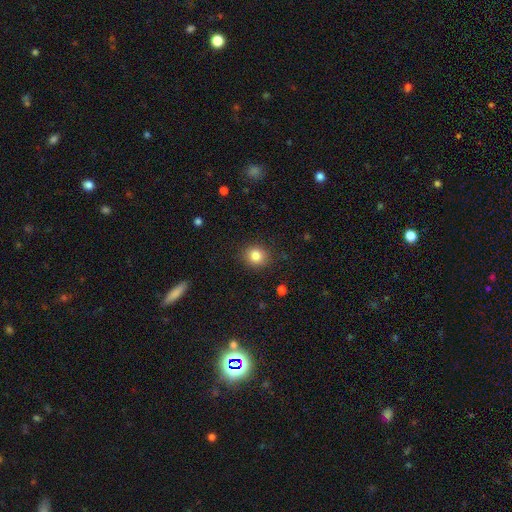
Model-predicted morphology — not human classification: This appears to be a smooth galaxy with no disk features (84%) that is round (83%). Merging: none (88%).